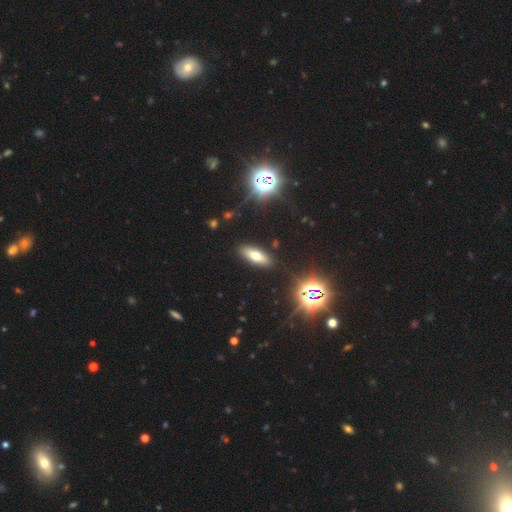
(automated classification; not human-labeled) Morphology: type=smooth (59%); roundness=in between (66%); merging=none (88%).